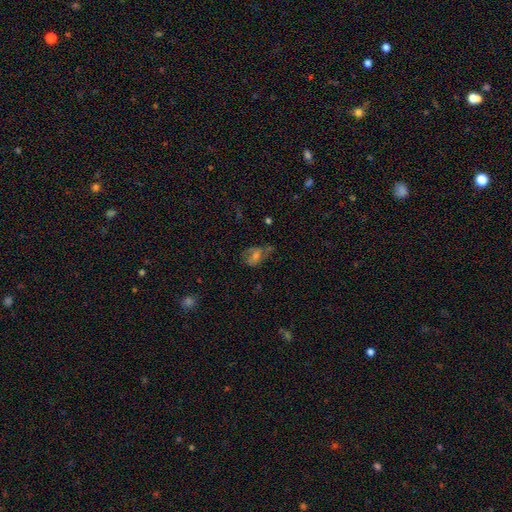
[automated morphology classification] Smooth or featured? smooth (38%)
Merging? none (51%)